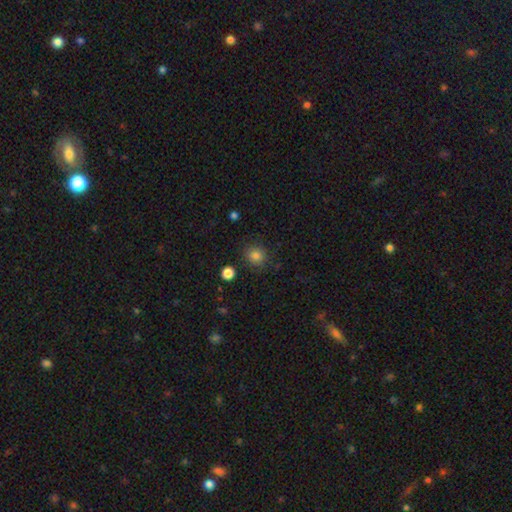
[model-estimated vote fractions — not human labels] Morphology: type=smooth (83%); roundness=round (87%); merging=none (87%).